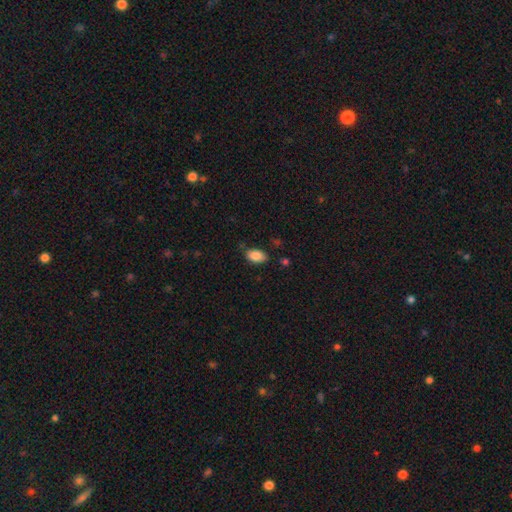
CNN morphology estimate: Smooth or featured?
  - smooth: 87% *
  - star or artifact: 8%
  - featured or disk: 5%
How rounded?
  - in between: 92% *
  - round: 7%
  - cigar-shaped: 2%
Merging?
  - none: 76% *
  - minor disturbance: 18%
  - major disturbance: 4%
  - merger: 3%